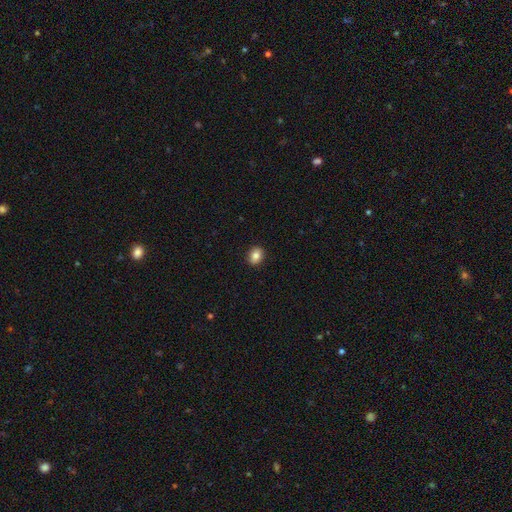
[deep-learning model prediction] Smooth or featured? Predicted: smooth (p=0.83). How rounded? Predicted: round (p=0.54). Merging? Predicted: none (p=0.91).